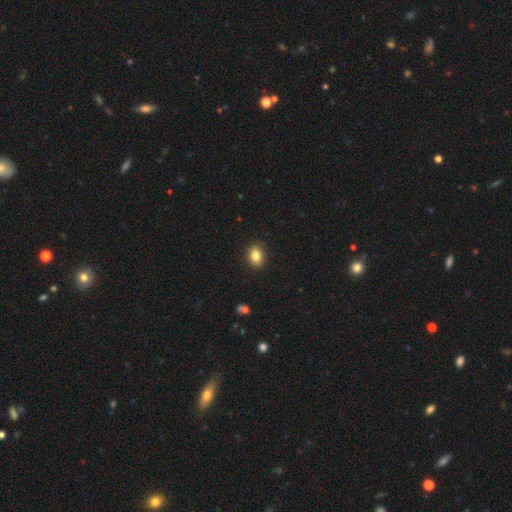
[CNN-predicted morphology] smooth-or-featured: smooth: 84% | star or artifact: 9% | featured or disk: 6%
  how-rounded: in between: 66% | round: 33% | cigar-shaped: 1%
  merging: none: 89% | minor disturbance: 8% | major disturbance: 2% | merger: 1%